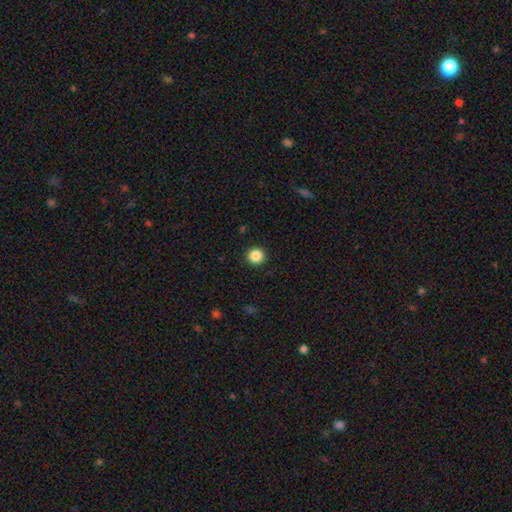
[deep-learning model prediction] A smooth galaxy with no disk features (87%) that is round (95%).

Vote fractions:
- Smooth or featured? smooth: 87% / star or artifact: 10% / featured or disk: 3%
- How rounded? round: 95% / in between: 4% / cigar-shaped: 1%
- Merging? none: 93% / minor disturbance: 5% / major disturbance: 2% / merger: 1%